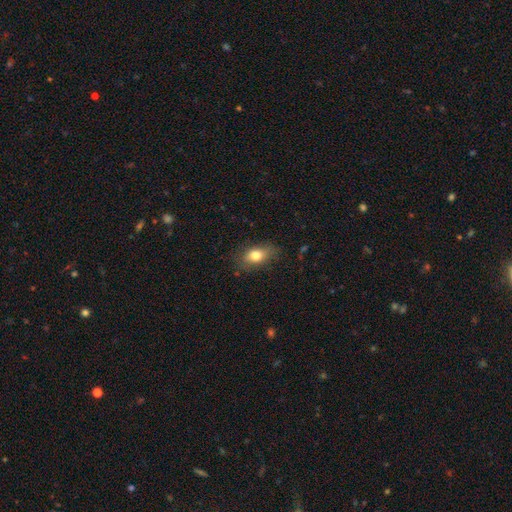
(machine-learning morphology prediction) type=smooth (77%); roundness=in between (80%); merging=none (77%).